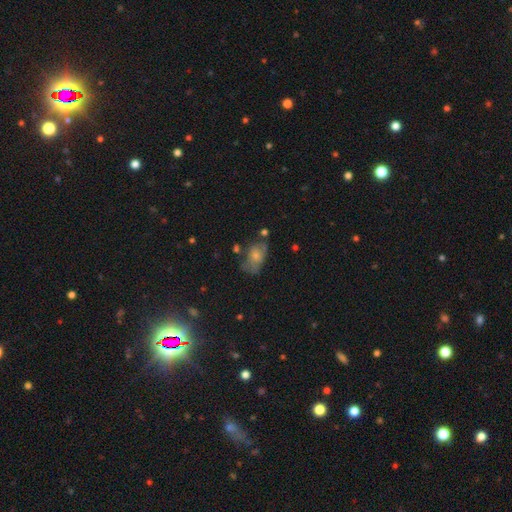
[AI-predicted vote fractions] Smooth or featured: smooth — 62% (featured or disk — 28%)
How rounded: in between — 85% (round — 13%)
Merging: none — 37% (minor disturbance — 32%)